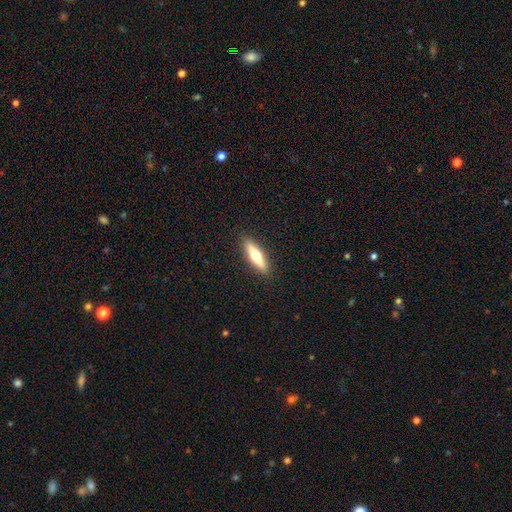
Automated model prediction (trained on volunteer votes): smooth 53%, featured or disk 42%, star or artifact 6%. Down the decision tree: how rounded — cigar-shaped (72%); merging — none (90%).